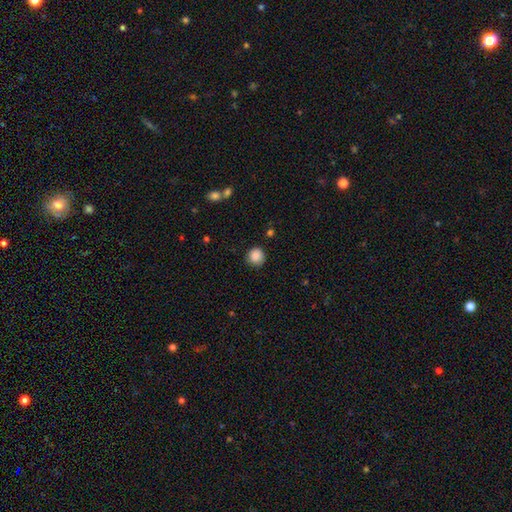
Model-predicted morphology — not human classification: A smooth galaxy with no disk features (88%) that is round (92%). Merging: none (85%).